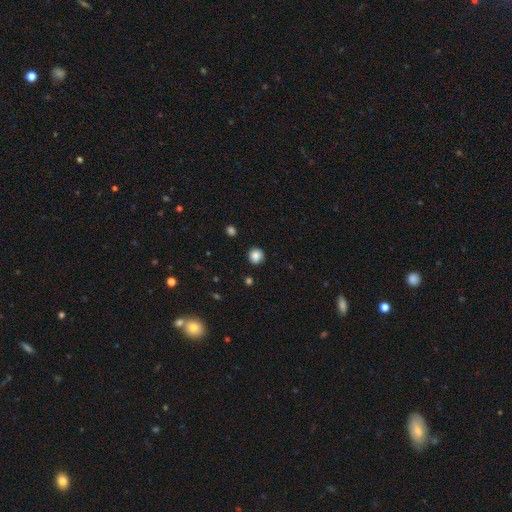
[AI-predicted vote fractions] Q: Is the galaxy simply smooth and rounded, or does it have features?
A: smooth — 86%.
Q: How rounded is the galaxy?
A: round — 91%.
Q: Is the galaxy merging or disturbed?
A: none — 87%.